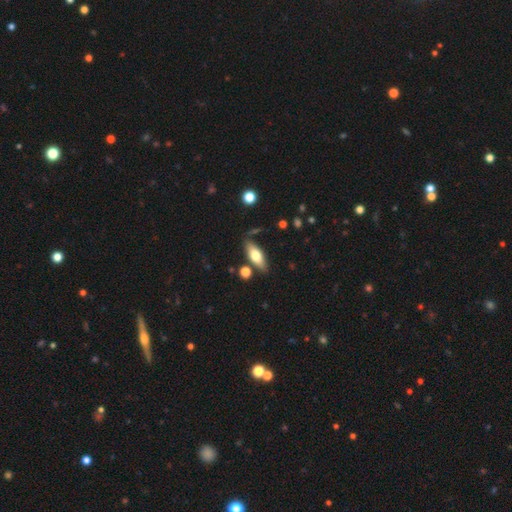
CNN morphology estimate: smooth_or_featured: smooth (p=0.66) [alt: featured or disk p=0.28]
how_rounded: in between (p=0.68) [alt: cigar-shaped p=0.29]
merging: none (p=0.78) [alt: minor disturbance p=0.13]